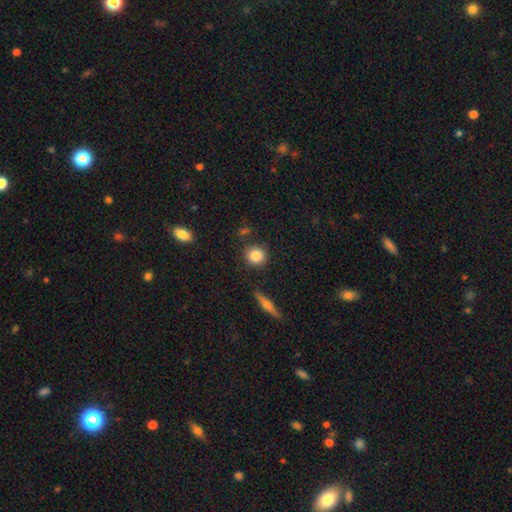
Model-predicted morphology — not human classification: Smooth or featured?
  - smooth: 85% *
  - star or artifact: 8%
  - featured or disk: 7%
How rounded?
  - round: 83% *
  - in between: 15%
  - cigar-shaped: 2%
Merging?
  - none: 85% *
  - minor disturbance: 9%
  - merger: 4%
  - major disturbance: 3%